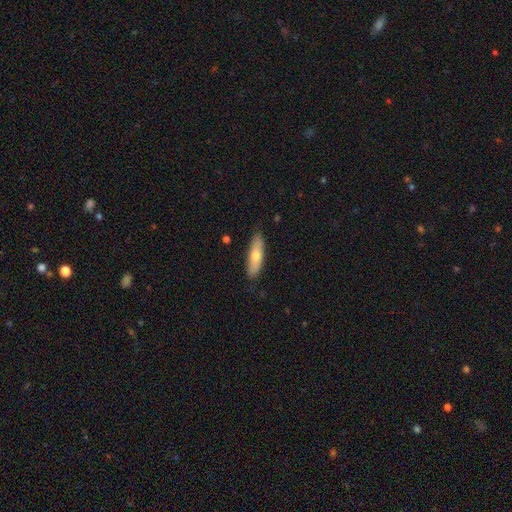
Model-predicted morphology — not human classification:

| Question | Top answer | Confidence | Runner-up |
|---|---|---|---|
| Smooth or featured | smooth | 65% | featured or disk (29%) |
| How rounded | cigar-shaped | 59% | in between (39%) |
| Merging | none | 85% | minor disturbance (12%) |